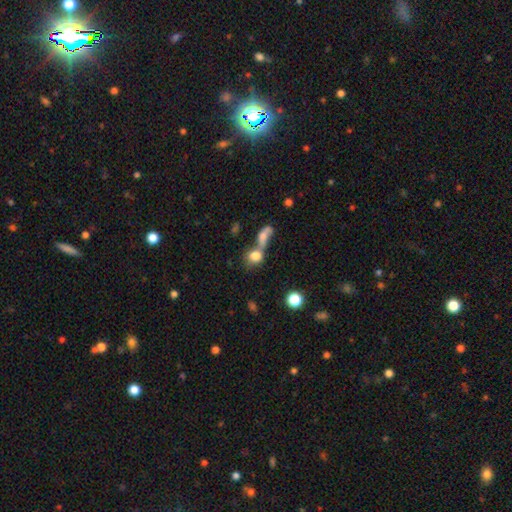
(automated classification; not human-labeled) A smooth galaxy with no disk features (76%) that is round (59%). Merging: merger (59%).